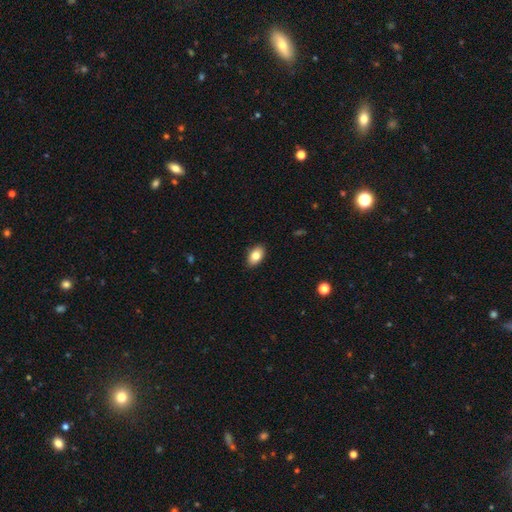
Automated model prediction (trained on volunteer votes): Smooth or featured? Predicted: smooth (p=0.82). How rounded? Predicted: in between (p=0.90). Merging? Predicted: none (p=0.89).